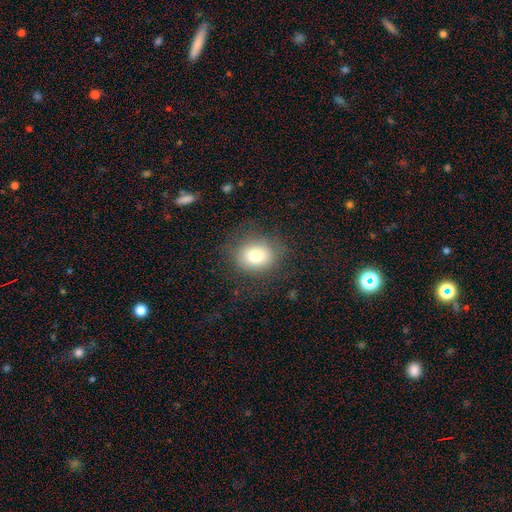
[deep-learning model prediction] Smooth or featured?
  - smooth: 77% *
  - featured or disk: 12%
  - star or artifact: 11%
How rounded?
  - round: 61% *
  - in between: 38%
  - cigar-shaped: 1%
Merging?
  - none: 77% *
  - minor disturbance: 14%
  - major disturbance: 8%
  - merger: 1%